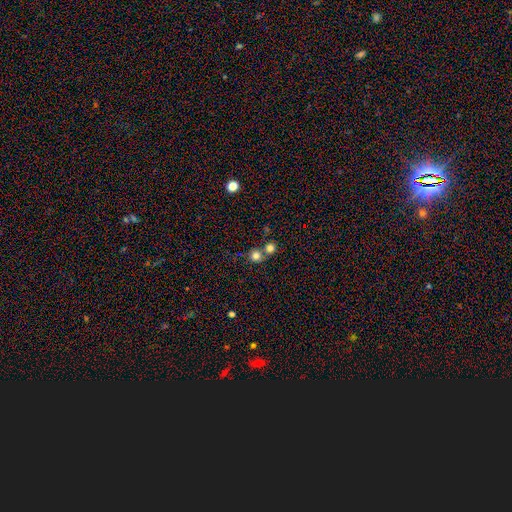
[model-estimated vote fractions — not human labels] This appears to be a smooth galaxy with no disk features (78%) that is round (91%). Merging: none (57%).